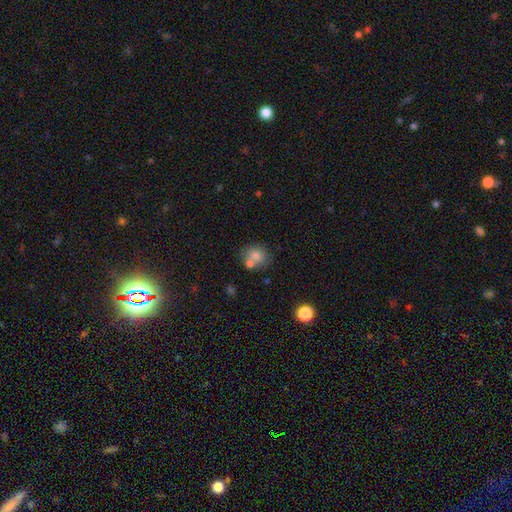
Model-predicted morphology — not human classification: This is likely a smooth galaxy (77%). How rounded: likely round (68%). Merging: possibly none (53%).